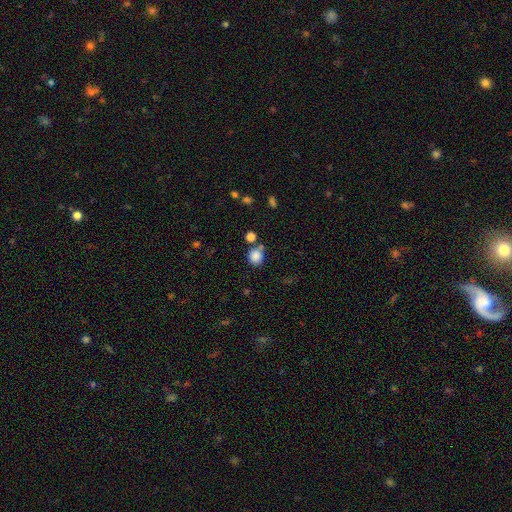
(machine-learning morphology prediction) Smooth or featured? smooth (86%)
How rounded? round (78%)
Merging? none (63%)